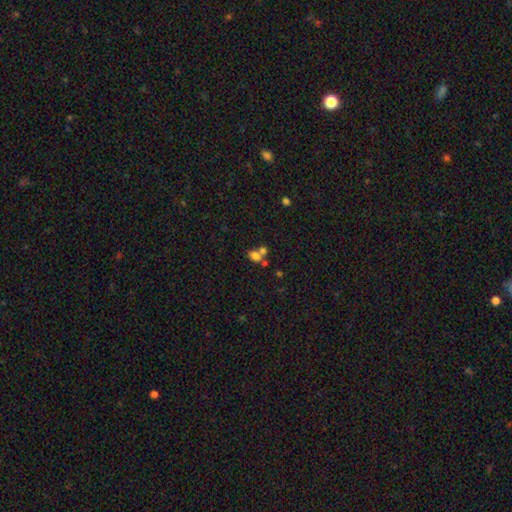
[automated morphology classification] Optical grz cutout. It shows a smooth galaxy with no disk features (72%) that is in between round and cigar-shaped (64%). Merging: merger (49%).